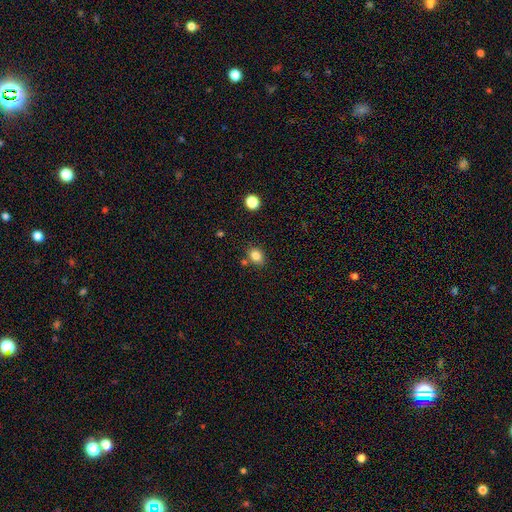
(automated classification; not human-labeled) smooth_or_featured: smooth (p=0.83) [alt: star or artifact p=0.11]
how_rounded: in between (p=0.53) [alt: round p=0.46]
merging: none (p=0.75) [alt: minor disturbance p=0.13]